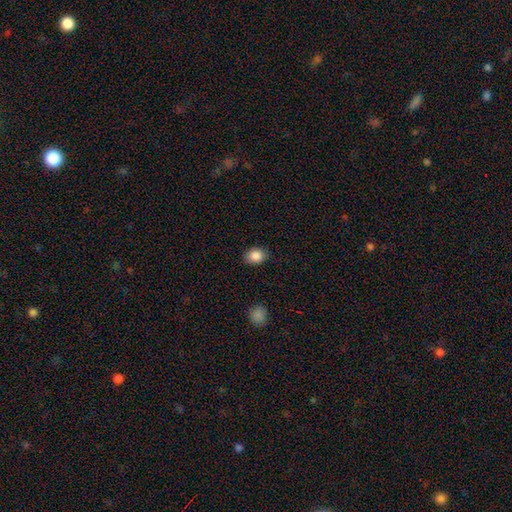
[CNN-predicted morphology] type=smooth (87%); roundness=in between (60%); merging=none (83%).